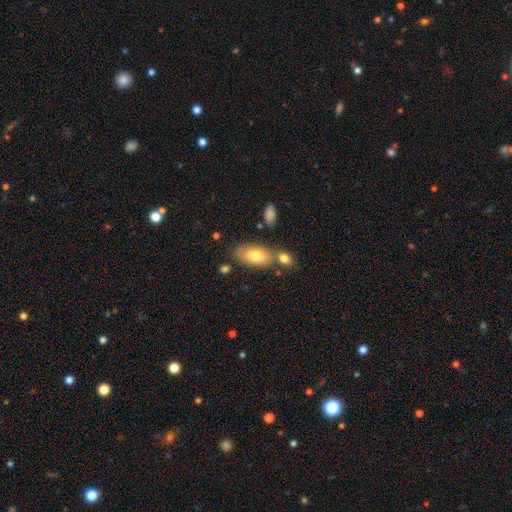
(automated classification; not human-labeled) This appears to be a smooth galaxy with no disk features (74%) that is in between round and cigar-shaped (92%). Merging: none (62%).